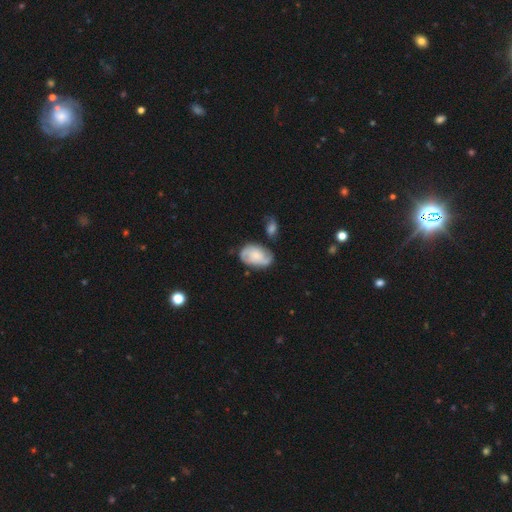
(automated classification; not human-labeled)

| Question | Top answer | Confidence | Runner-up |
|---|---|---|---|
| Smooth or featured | featured or disk | 57% | smooth (36%) |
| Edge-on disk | no | 96% | yes (4%) |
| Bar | no | 73% | weak (23%) |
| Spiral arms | yes | 82% | no (18%) |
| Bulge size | small | 42% | moderate (30%) |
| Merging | none | 58% | minor disturbance (25%) |